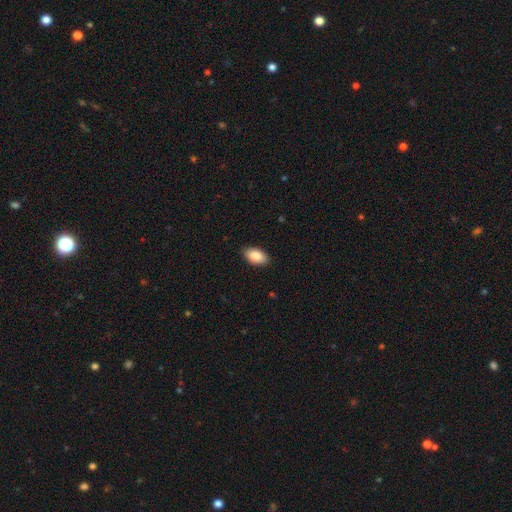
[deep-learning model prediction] Smooth or featured? Predicted: smooth (p=0.86). How rounded? Predicted: in between (p=0.94). Merging? Predicted: none (p=0.88).